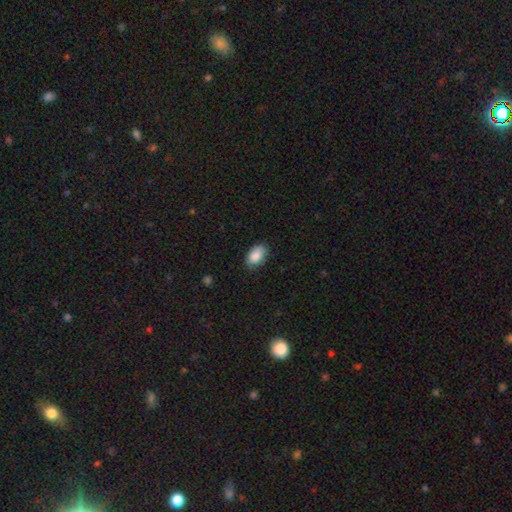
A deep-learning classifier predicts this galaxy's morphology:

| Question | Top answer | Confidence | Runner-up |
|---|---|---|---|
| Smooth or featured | smooth | 87% | star or artifact (7%) |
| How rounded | in between | 91% | round (7%) |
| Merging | none | 77% | minor disturbance (19%) |